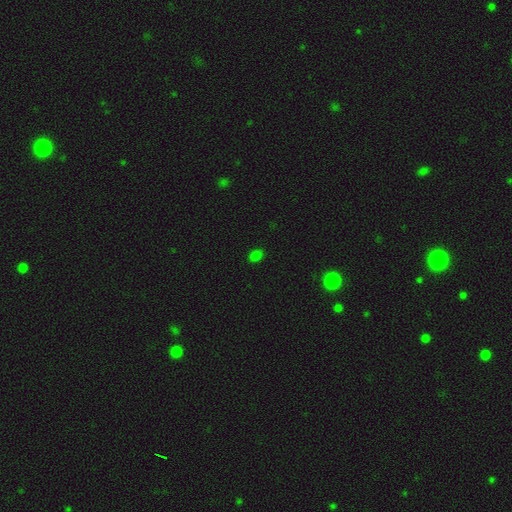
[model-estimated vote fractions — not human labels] A smooth galaxy with no disk features (78%) that is in between round and cigar-shaped (70%). Merging: none (88%).